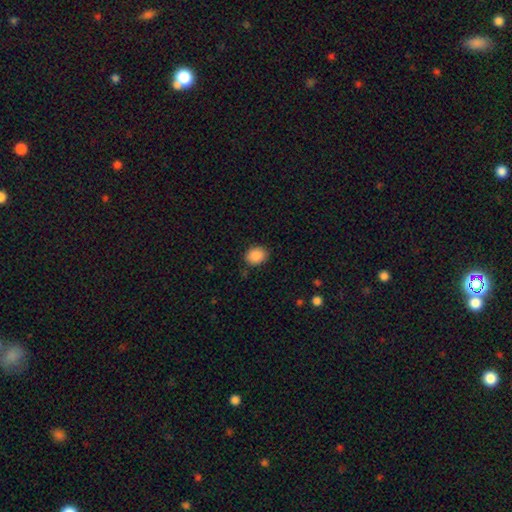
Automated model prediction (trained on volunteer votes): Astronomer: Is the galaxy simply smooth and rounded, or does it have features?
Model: smooth — 89%.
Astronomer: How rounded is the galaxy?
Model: round — 52% (runner-up: in between, 48%).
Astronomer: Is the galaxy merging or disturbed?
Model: none — 85%.